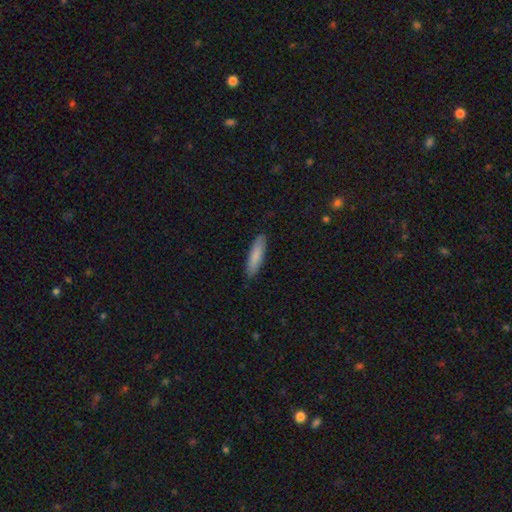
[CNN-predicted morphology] The model was most divided on "how rounded": cigar-shaped: 73%, in between: 26%, round: 1%. More confident: merging — none (88%); smooth or featured — smooth (84%).